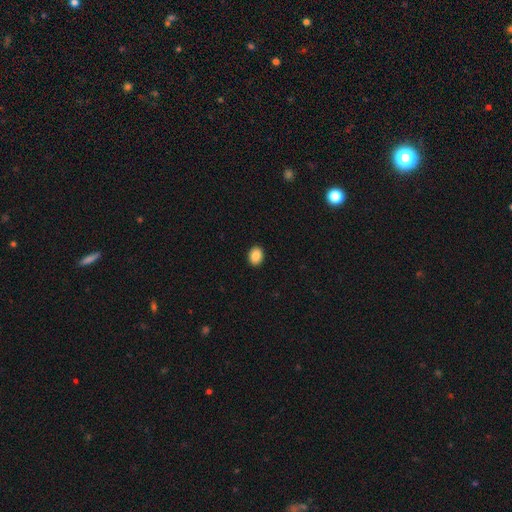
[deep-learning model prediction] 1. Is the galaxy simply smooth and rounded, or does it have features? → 89% smooth, 8% star or artifact, 3% featured or disk.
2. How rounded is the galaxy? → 66% in between, 33% round, 1% cigar-shaped.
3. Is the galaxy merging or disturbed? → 91% none, 6% minor disturbance, 2% major disturbance, 1% merger.